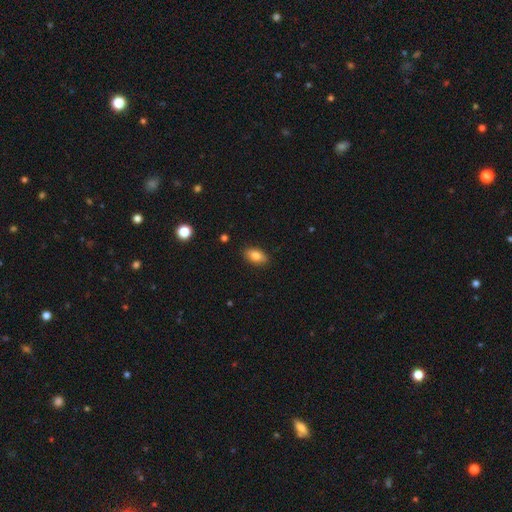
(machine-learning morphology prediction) A smooth galaxy with no disk features (81%) that is in between round and cigar-shaped (89%). Merging: none (87%).